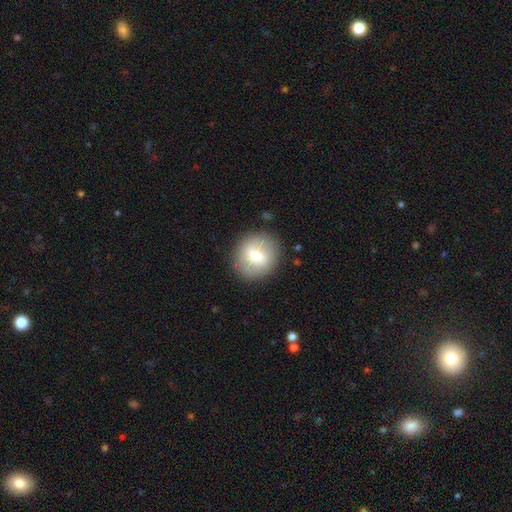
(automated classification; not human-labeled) This appears to be a smooth galaxy with no disk features (65%) that is round (86%). Merging: none (80%).